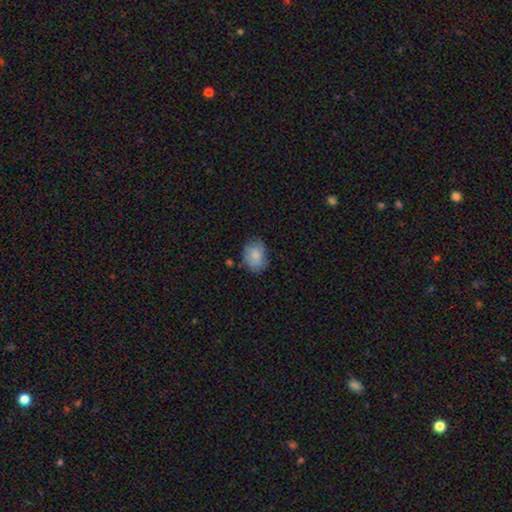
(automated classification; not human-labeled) Smooth or featured? Predicted: smooth (p=0.76). How rounded? Predicted: in between (p=0.62). Merging? Predicted: none (p=0.66).